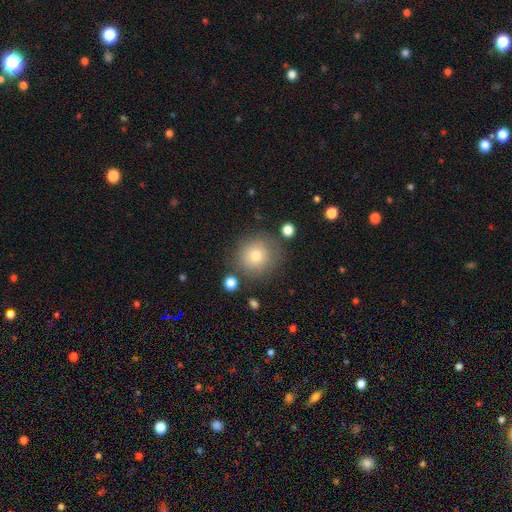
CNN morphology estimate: Smooth or featured: smooth — 74% (featured or disk — 14%)
How rounded: round — 92% (in between — 7%)
Merging: none — 81% (minor disturbance — 11%)